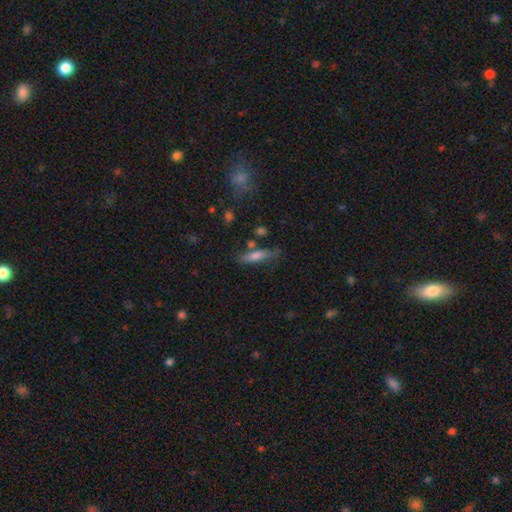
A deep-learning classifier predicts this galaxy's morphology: Q: Smooth or featured?
A: smooth (70%); runner-up: featured or disk (23%)
Q: How rounded?
A: cigar-shaped (69%); runner-up: in between (28%)
Q: Merging?
A: none (67%); runner-up: minor disturbance (18%)